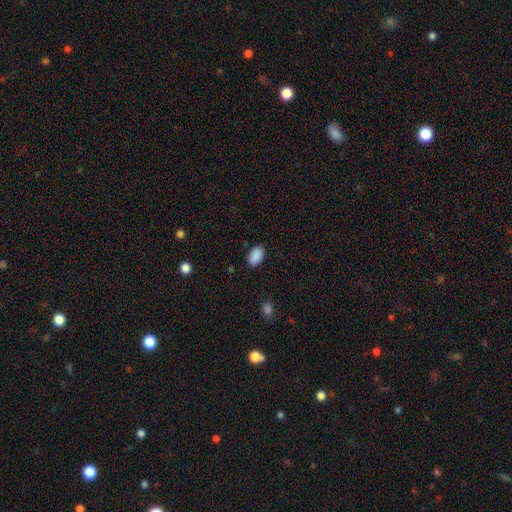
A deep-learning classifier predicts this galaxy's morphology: smooth 90%, star or artifact 7%, featured or disk 3%. Down the decision tree: how rounded — in between (91%); merging — none (87%).